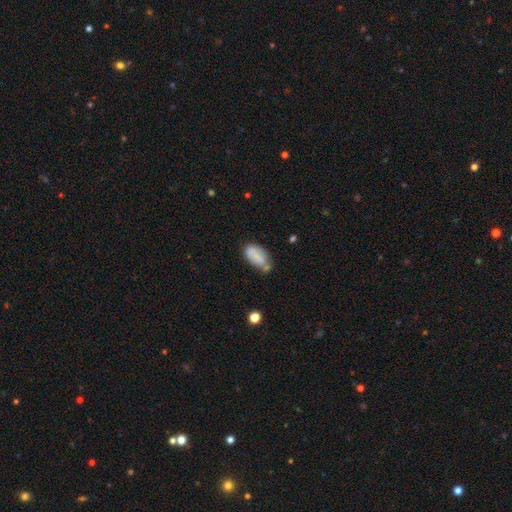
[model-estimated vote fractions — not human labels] smooth_or_featured: smooth (p=0.69) [alt: featured or disk p=0.23]
how_rounded: in between (p=0.93) [alt: round p=0.05]
merging: none (p=0.44) [alt: minor disturbance p=0.29]